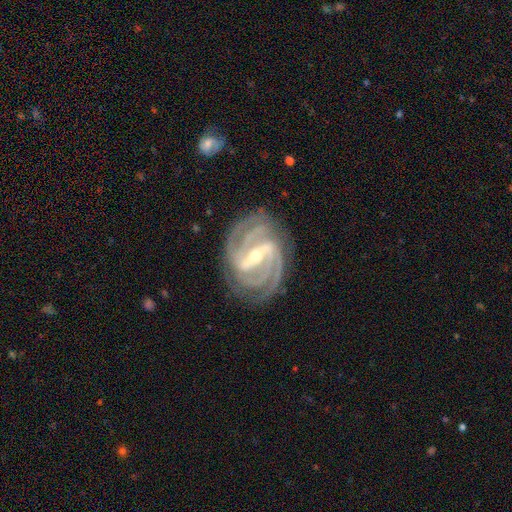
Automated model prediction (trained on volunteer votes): Q: Smooth or featured?
A: featured or disk (94%); runner-up: star or artifact (4%)
Q: Edge-on disk?
A: no (97%); runner-up: yes (3%)
Q: Bar?
A: strong (77%); runner-up: weak (18%)
Q: Spiral arms?
A: yes (99%); runner-up: no (1%)
Q: Spiral winding?
A: tight (65%); runner-up: medium (31%)
Q: Spiral arm count?
A: 3 (34%); runner-up: 4 (26%)
Q: Bulge size?
A: small (54%); runner-up: moderate (43%)
Q: Merging?
A: none (81%); runner-up: minor disturbance (13%)